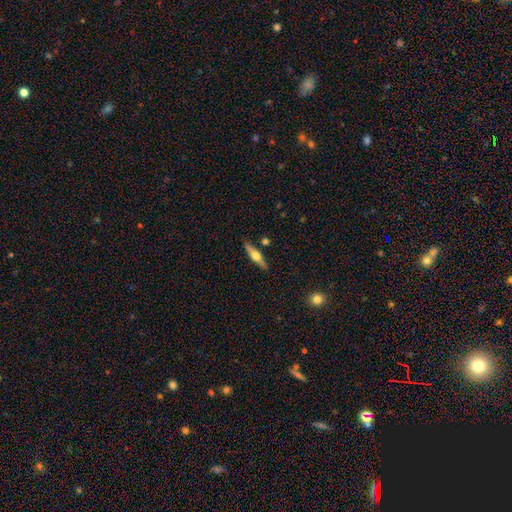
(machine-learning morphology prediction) Q: Smooth or featured?
A: featured or disk (60%); runner-up: smooth (34%)
Q: Edge-on disk?
A: yes (95%); runner-up: no (5%)
Q: Edge-on bulge?
A: rounded (94%); runner-up: boxy (4%)
Q: Merging?
A: none (86%); runner-up: minor disturbance (9%)